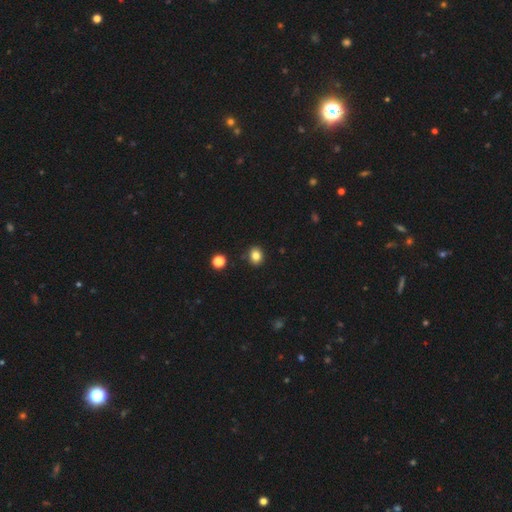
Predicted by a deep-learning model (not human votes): This appears to be a smooth galaxy with no disk features (83%) that is round (58%). Merging: none (88%).